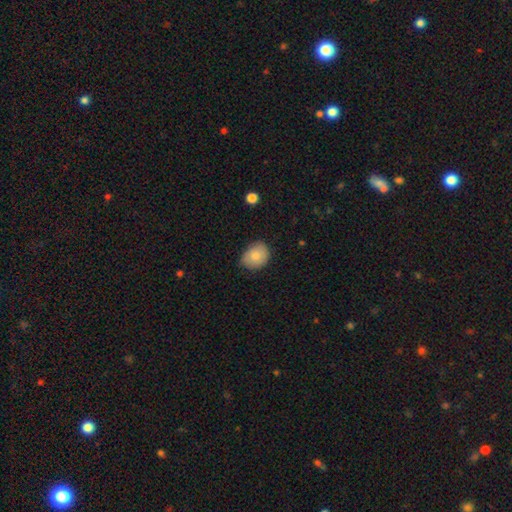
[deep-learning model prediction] Q: Smooth or featured?
A: smooth (80%); runner-up: featured or disk (13%)
Q: How rounded?
A: in between (57%); runner-up: round (42%)
Q: Merging?
A: none (69%); runner-up: minor disturbance (26%)